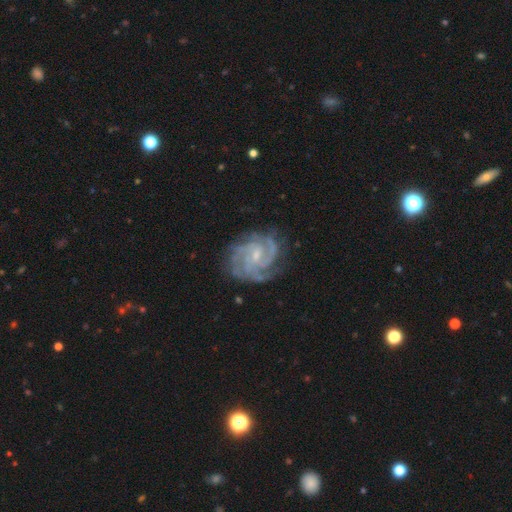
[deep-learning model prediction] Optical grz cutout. It shows a featured or disk galaxy (91%) with a weak bar (52%), 3 (34%) tight (60%) spiral arms (98%) and a small central bulge (67%). Merging: none (76%).